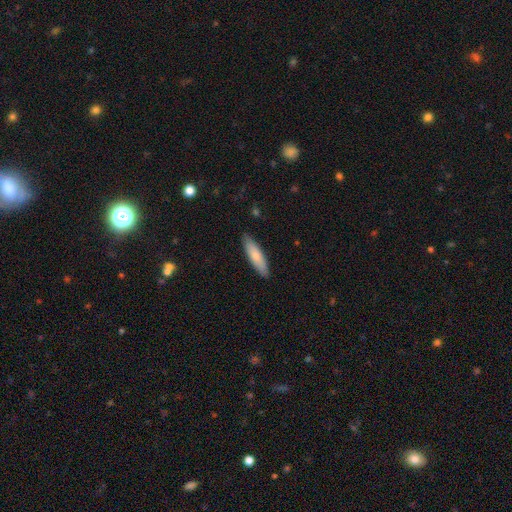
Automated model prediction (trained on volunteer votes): Smooth or featured? Predicted: smooth (p=0.78). How rounded? Predicted: cigar-shaped (p=0.70). Merging? Predicted: none (p=0.88).